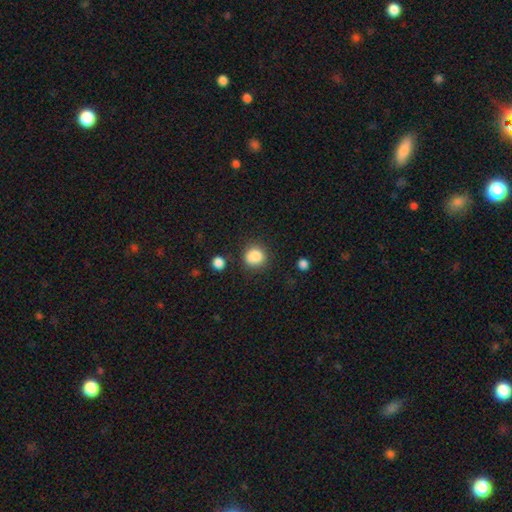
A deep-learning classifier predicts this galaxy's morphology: smooth-or-featured: smooth: 84% | star or artifact: 10% | featured or disk: 5%
  how-rounded: round: 84% | in between: 15% | cigar-shaped: 1%
  merging: none: 72% | minor disturbance: 15% | merger: 7% | major disturbance: 5%